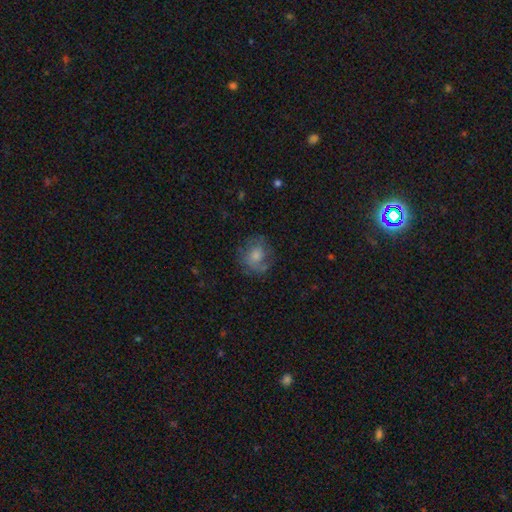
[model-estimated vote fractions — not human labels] This appears to be a smooth galaxy with no disk features (51%) that is round (72%). Merging: none (68%).